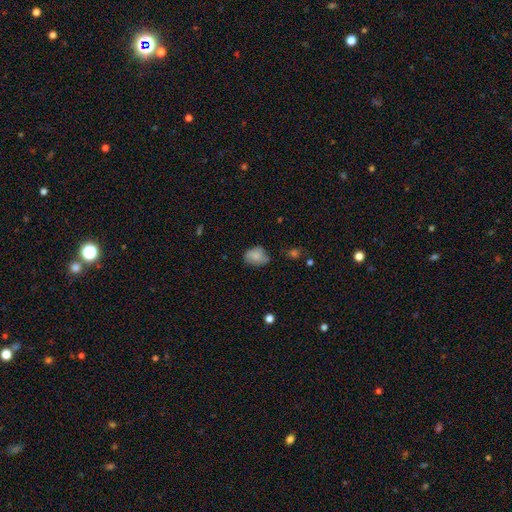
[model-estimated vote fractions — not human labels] This appears to be a smooth galaxy with no disk features (78%) that is in between round and cigar-shaped (71%). Merging: none (58%).